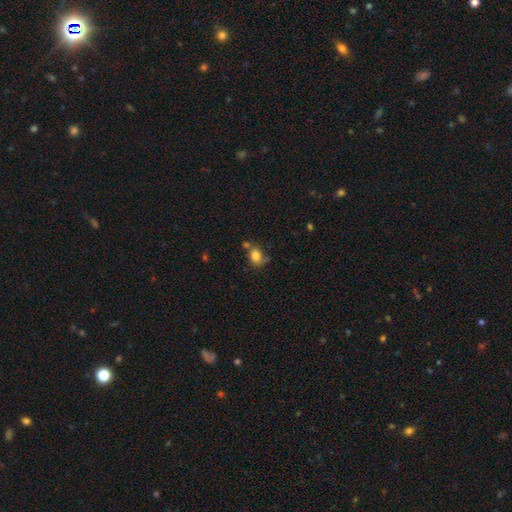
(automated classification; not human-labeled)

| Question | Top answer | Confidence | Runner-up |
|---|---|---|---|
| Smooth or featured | smooth | 80% | star or artifact (10%) |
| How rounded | round | 50% | in between (49%) |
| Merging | none | 48% | minor disturbance (23%) |